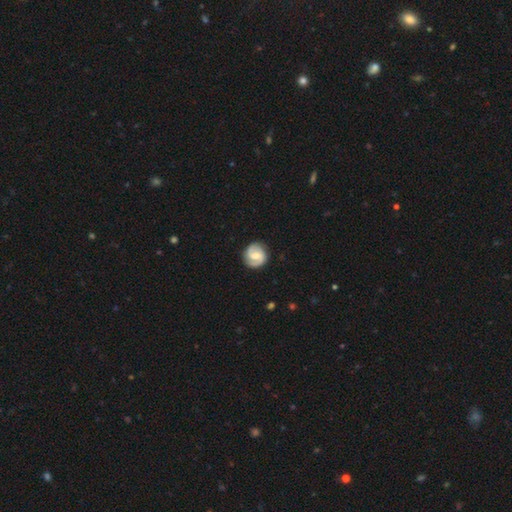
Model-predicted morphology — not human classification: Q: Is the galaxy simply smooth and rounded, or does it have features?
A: featured or disk — 77%.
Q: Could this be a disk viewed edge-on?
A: no — 98%.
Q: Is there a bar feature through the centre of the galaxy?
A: weak — 54%.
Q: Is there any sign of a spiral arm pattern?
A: yes — 95%.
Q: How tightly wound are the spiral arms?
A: medium — 46%.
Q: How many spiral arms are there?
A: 2 — 90%.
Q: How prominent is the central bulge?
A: moderate — 51%.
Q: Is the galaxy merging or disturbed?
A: none — 85%.